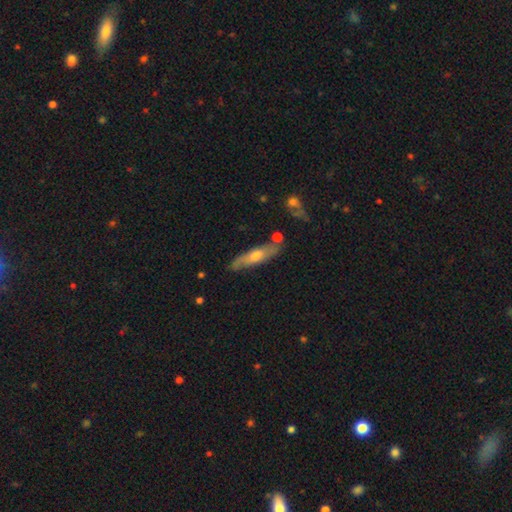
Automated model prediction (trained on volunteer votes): A featured or disk galaxy (48%).

Vote fractions:
- Smooth or featured? featured or disk: 48% / smooth: 46% / star or artifact: 6%
- Merging? none: 77% / minor disturbance: 15% / merger: 5% / major disturbance: 3%